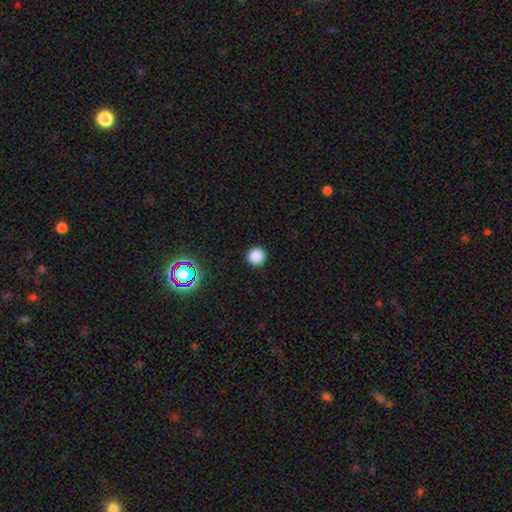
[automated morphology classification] Smooth or featured?
  - smooth: 83% *
  - star or artifact: 13%
  - featured or disk: 3%
How rounded?
  - round: 96% *
  - in between: 3%
  - cigar-shaped: 1%
Merging?
  - none: 92% *
  - minor disturbance: 5%
  - major disturbance: 2%
  - merger: 1%